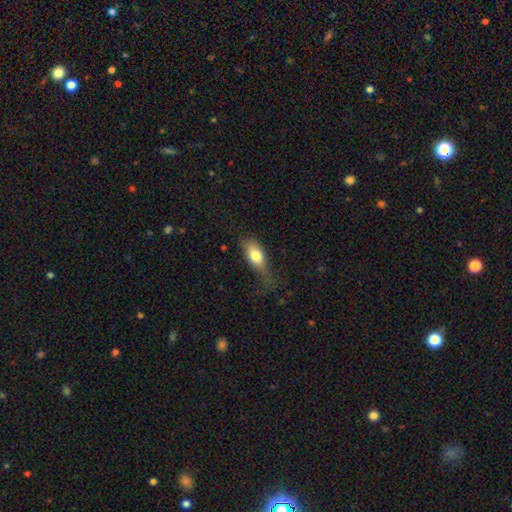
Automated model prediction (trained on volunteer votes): Smooth or featured: smooth — 74% (featured or disk — 18%)
How rounded: in between — 81% (cigar-shaped — 11%)
Merging: none — 43% (minor disturbance — 33%)